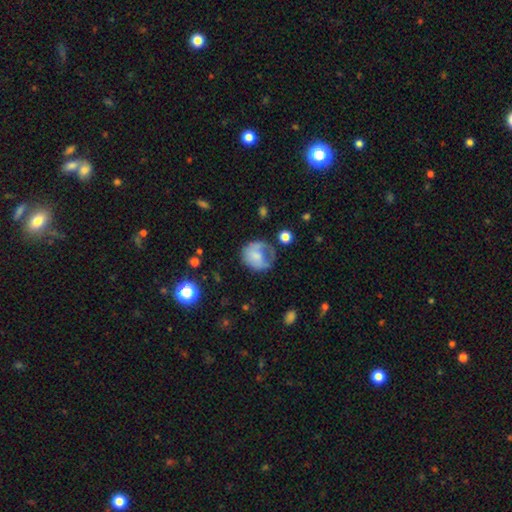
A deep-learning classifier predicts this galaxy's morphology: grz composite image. It shows a smooth galaxy with no disk features (60%) that is round (69%). Merging: none (37%).